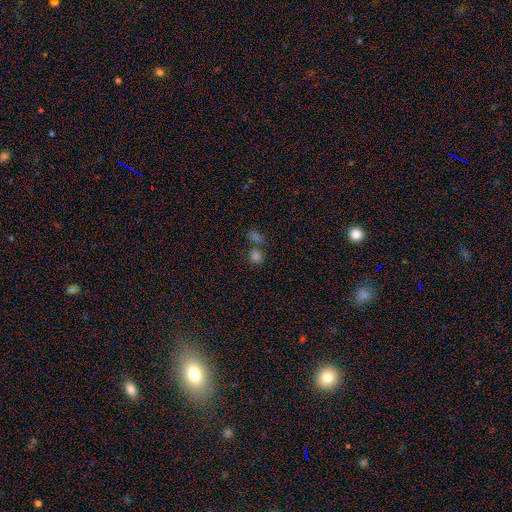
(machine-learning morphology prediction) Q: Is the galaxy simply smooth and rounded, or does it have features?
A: smooth — 71%.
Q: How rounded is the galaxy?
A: round — 68%.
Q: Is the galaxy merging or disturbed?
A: none — 54%.